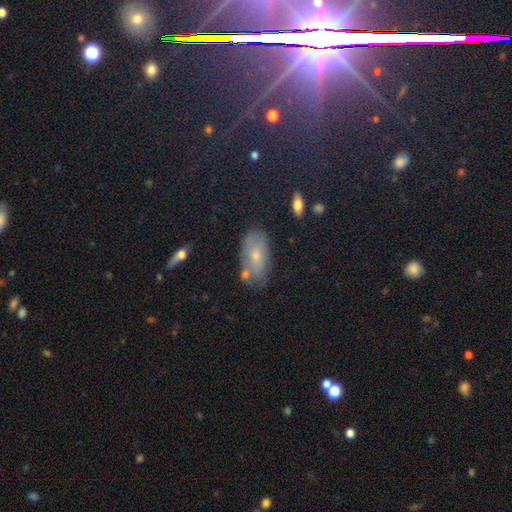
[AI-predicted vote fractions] A smooth galaxy with no disk features (59%) that is in between round and cigar-shaped (91%).

Vote fractions:
- Smooth or featured? smooth: 59% / featured or disk: 27% / star or artifact: 14%
- How rounded? in between: 91% / round: 5% / cigar-shaped: 3%
- Merging? none: 65% / minor disturbance: 22% / merger: 7% / major disturbance: 6%